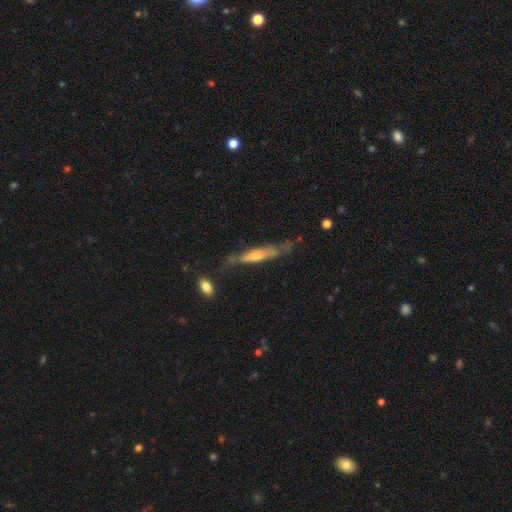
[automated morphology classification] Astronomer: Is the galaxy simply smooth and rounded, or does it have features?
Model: featured or disk — 68%.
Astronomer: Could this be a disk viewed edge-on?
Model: yes — 78%.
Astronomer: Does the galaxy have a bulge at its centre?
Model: rounded — 65%.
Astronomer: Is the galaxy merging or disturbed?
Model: none — 65%.